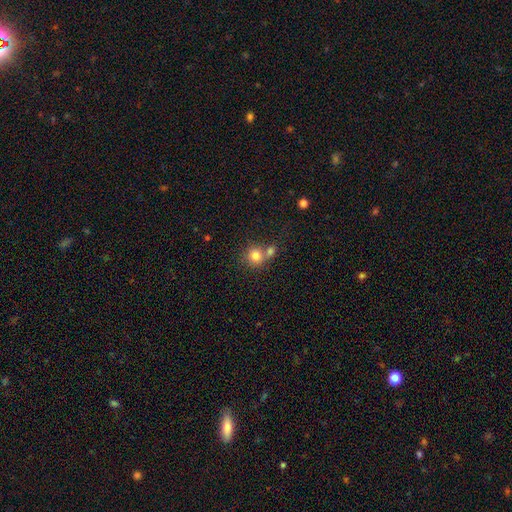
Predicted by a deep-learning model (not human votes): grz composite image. It shows a smooth galaxy with no disk features (80%) that is round (87%). Merging: none (47%).